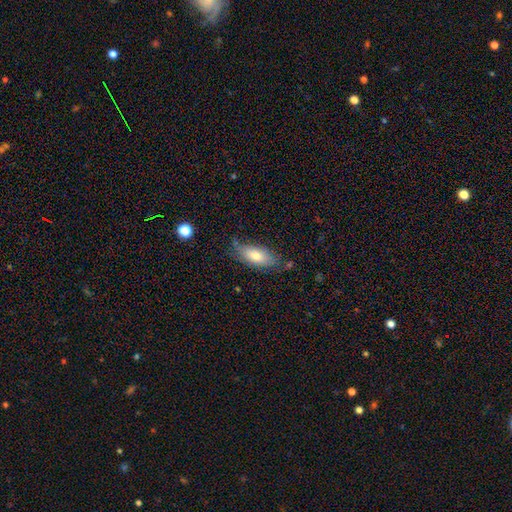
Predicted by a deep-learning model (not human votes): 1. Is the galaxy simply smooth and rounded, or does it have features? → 72% smooth, 21% featured or disk, 7% star or artifact.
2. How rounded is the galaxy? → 84% in between, 13% cigar-shaped, 3% round.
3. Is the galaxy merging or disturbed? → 68% none, 23% minor disturbance, 5% major disturbance, 3% merger.